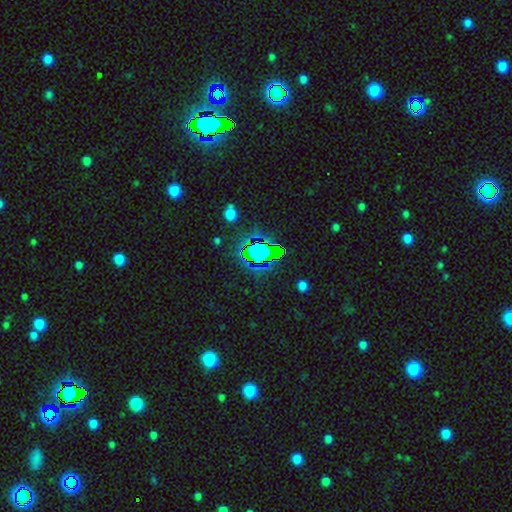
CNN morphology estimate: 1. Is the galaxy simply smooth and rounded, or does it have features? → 64% star or artifact, 25% smooth, 11% featured or disk.